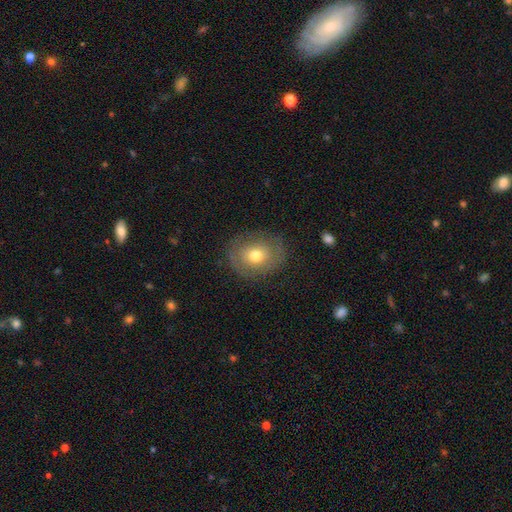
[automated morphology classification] Overall: smooth (66%). How rounded: round (55%; in between 44%). Merging: none (79%).